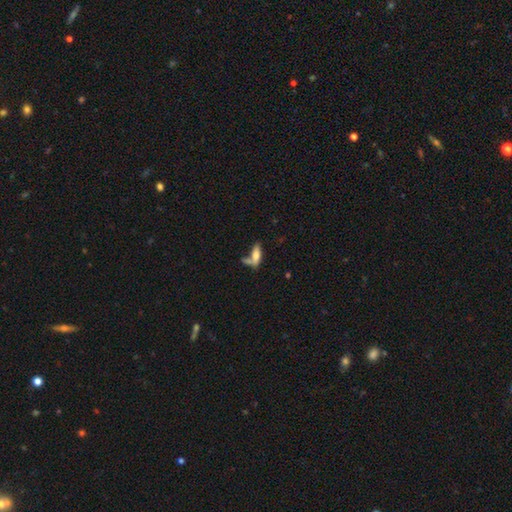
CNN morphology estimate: Smooth or featured? smooth (64%)
How rounded? in between (55%)
Merging? none (40%)